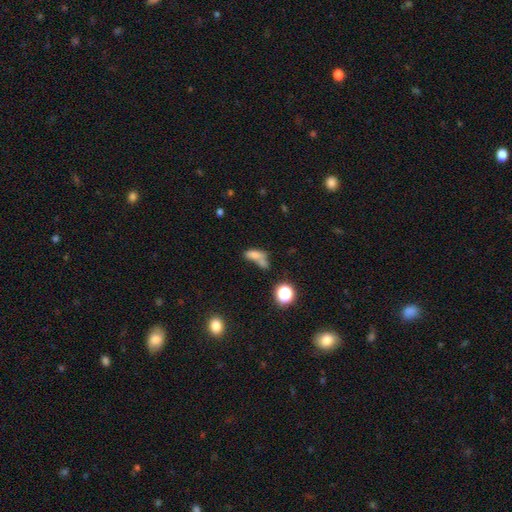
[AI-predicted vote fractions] smooth-or-featured: smooth: 65% | featured or disk: 18% | star or artifact: 17%
  how-rounded: in between: 71% | cigar-shaped: 17% | round: 11%
  merging: merger: 47% | none: 25% | major disturbance: 15% | minor disturbance: 13%